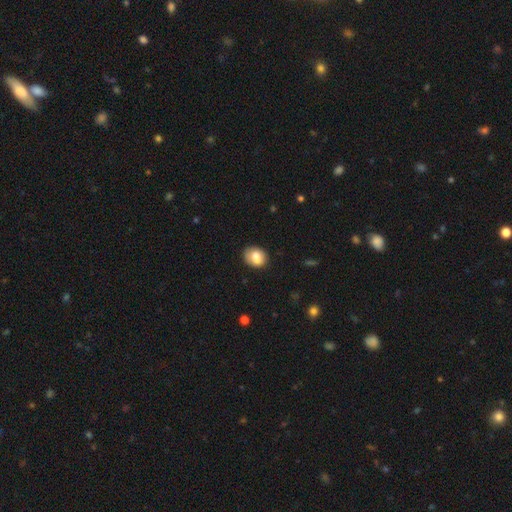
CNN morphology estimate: type=smooth (73%); roundness=round (50%); merging=none (64%).